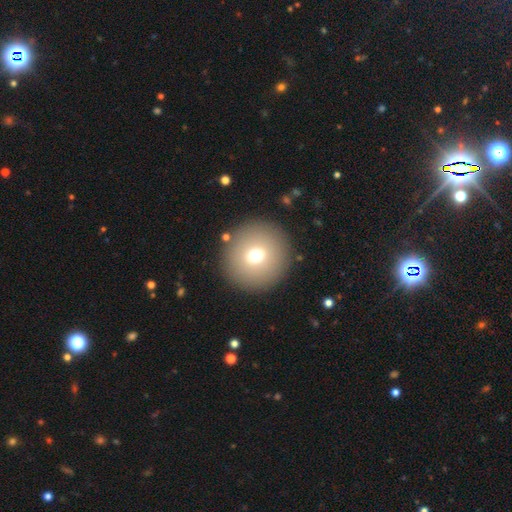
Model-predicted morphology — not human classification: Smooth or featured?
  - smooth: 69% *
  - featured or disk: 16%
  - star or artifact: 15%
How rounded?
  - round: 95% *
  - in between: 4%
  - cigar-shaped: 1%
Merging?
  - none: 89% *
  - minor disturbance: 5%
  - major disturbance: 3%
  - merger: 2%